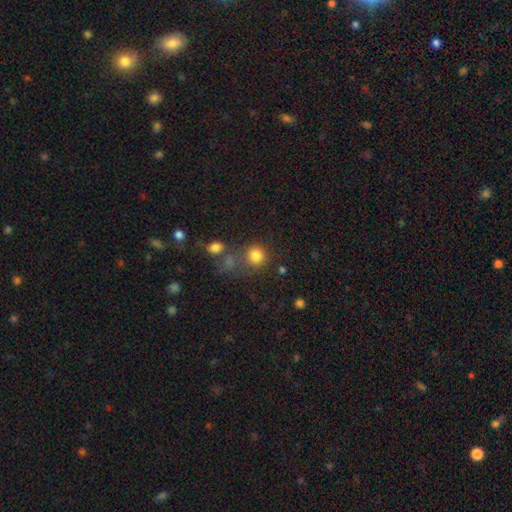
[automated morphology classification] Q: Smooth or featured?
A: smooth (81%); runner-up: star or artifact (12%)
Q: How rounded?
A: round (88%); runner-up: in between (11%)
Q: Merging?
A: none (64%); runner-up: merger (17%)